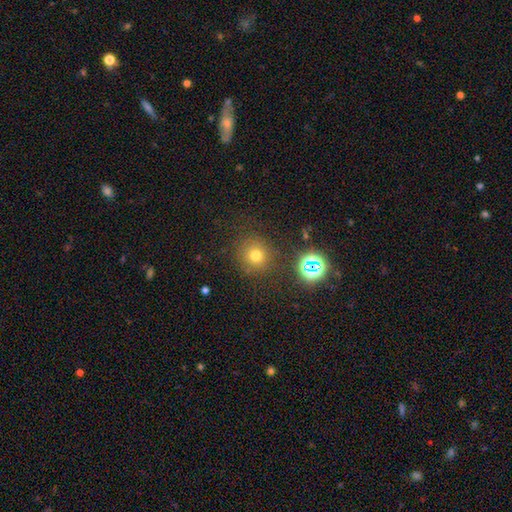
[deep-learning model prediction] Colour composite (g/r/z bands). It shows a smooth galaxy with no disk features (71%) that is round (92%). Merging: none (83%).